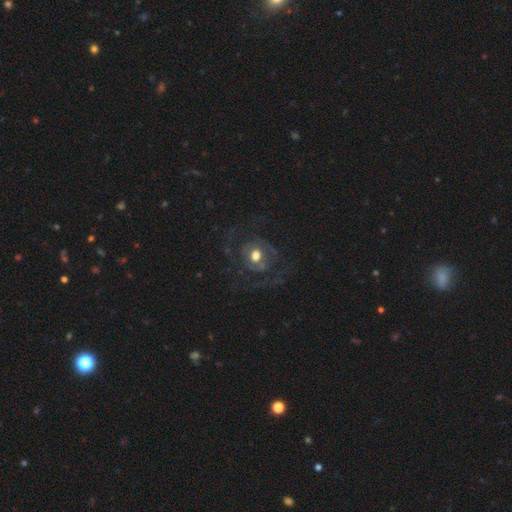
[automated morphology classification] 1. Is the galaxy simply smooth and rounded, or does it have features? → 66% featured or disk, 26% smooth, 8% star or artifact.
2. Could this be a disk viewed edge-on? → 97% no, 3% yes.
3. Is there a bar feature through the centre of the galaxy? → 71% no, 22% weak, 6% strong.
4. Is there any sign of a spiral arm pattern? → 68% yes, 32% no.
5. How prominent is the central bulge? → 65% moderate, 24% large, 7% small, 2% dominant, 1% none.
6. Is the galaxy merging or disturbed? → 57% none, 25% major disturbance, 16% minor disturbance, 2% merger.